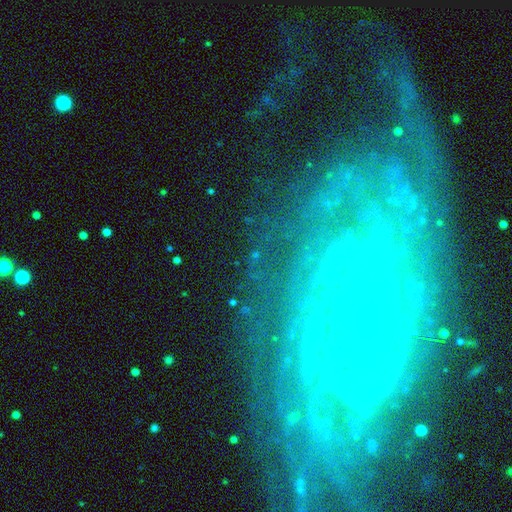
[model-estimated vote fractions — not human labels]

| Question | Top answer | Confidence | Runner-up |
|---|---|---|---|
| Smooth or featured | featured or disk | 62% | star or artifact (23%) |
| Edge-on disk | no | 93% | yes (7%) |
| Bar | no | 44% | weak (29%) |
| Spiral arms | yes | 88% | no (12%) |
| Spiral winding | tight | 71% | medium (22%) |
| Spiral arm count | can't tell | 31% | 2 (20%) |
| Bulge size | small | 62% | moderate (23%) |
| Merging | none | 71% | minor disturbance (15%) |